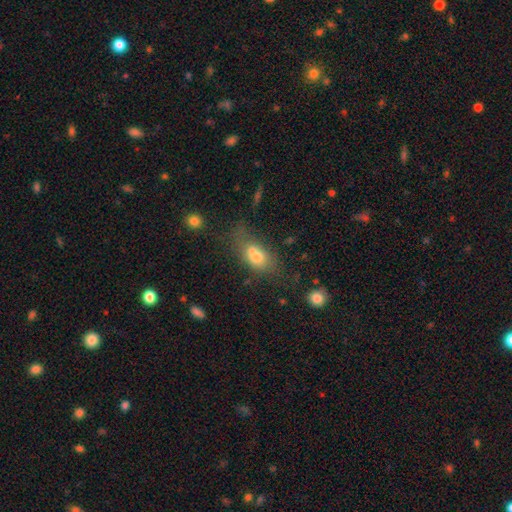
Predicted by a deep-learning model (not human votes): Smooth or featured: smooth — 71% (featured or disk — 18%)
How rounded: in between — 81% (round — 12%)
Merging: none — 35% (merger — 32%)